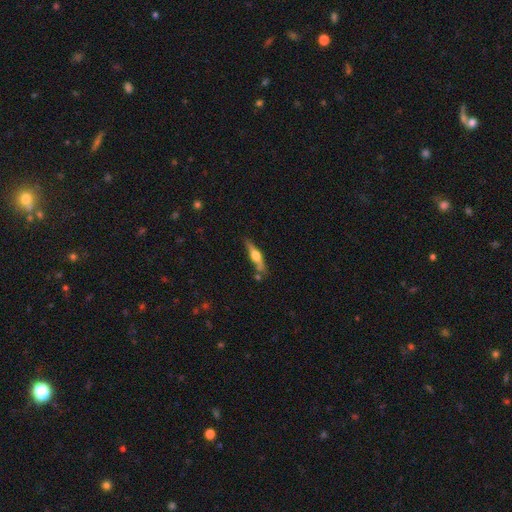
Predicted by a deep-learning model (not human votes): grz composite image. It shows a featured or disk galaxy (65%) viewed edge-on (96%) with a rounded central bulge (93%). Merging: none (76%).